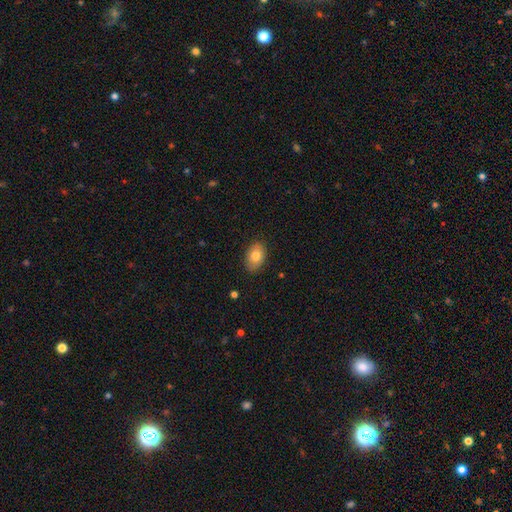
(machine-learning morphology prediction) type=smooth (82%); roundness=in between (86%); merging=none (85%).